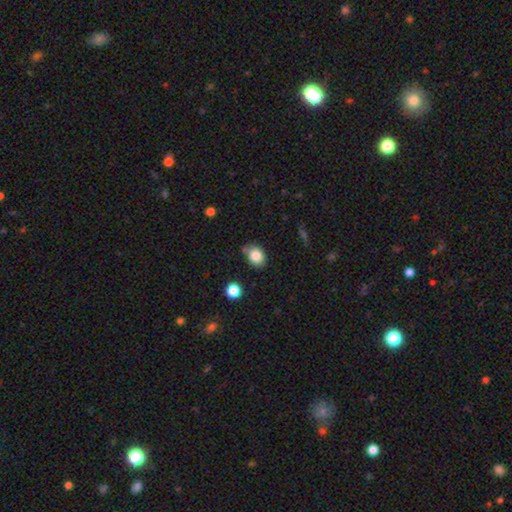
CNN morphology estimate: Overall: smooth (85%). How rounded: in between (56%; round 43%). Merging: none (68%).